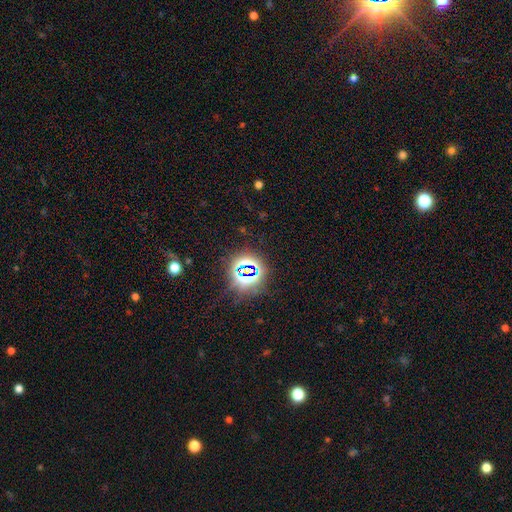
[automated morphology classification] This appears to be a star or artifact, not a galaxy (80%).